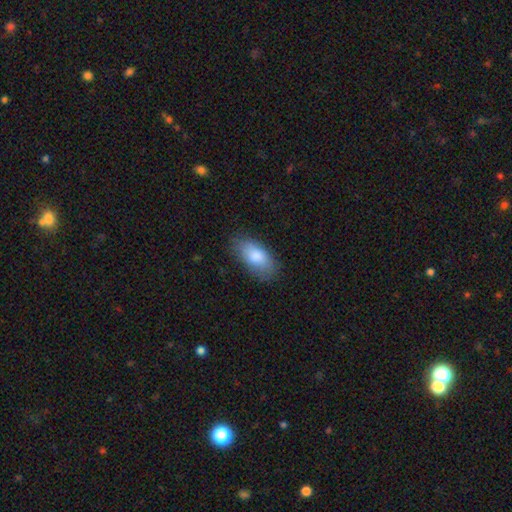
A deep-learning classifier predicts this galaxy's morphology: Overall: smooth (84%). How rounded: in between (92%). Merging: none (79%).